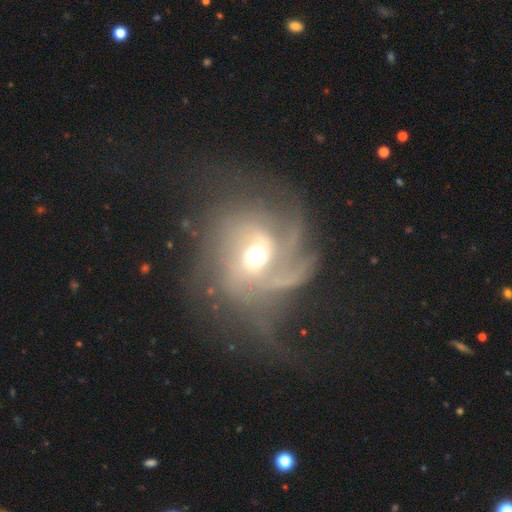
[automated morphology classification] Overall: featured or disk (75%). Edge-on disk: no (97%). Bar: no (60%; weak 29%). Spiral arms: yes (85%). Spiral arm count: 2 (34%; can't tell 19%). Spiral winding: loose (41%; medium 40%). Bulge size: moderate (62%). Merging: none (43%; major disturbance 36%).